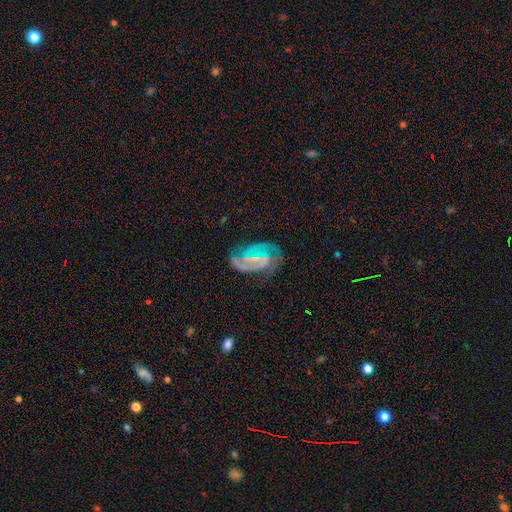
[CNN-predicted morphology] Smooth or featured: featured or disk — 85% (smooth — 8%)
Edge-on disk: no — 97% (yes — 3%)
Bar: strong — 50% (weak — 37%)
Spiral arms: yes — 94% (no — 6%)
Spiral winding: medium — 48% (tight — 37%)
Spiral arm count: 2 — 83% (can't tell — 6%)
Bulge size: small — 61% (moderate — 22%)
Merging: none — 69% (minor disturbance — 19%)